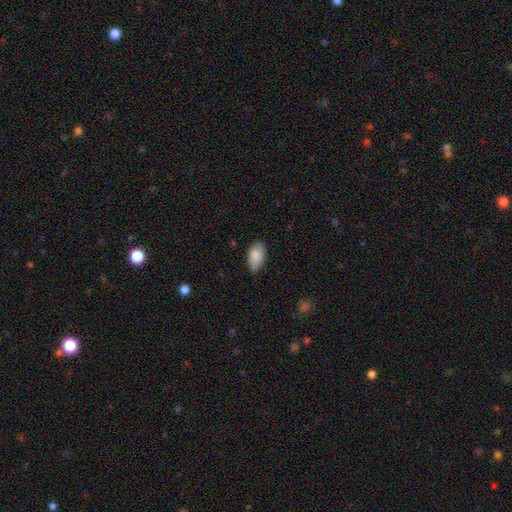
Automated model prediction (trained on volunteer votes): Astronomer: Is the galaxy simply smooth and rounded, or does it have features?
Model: smooth — 88%.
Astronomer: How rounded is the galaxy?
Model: in between — 94%.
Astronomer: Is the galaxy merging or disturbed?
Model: none — 74%.